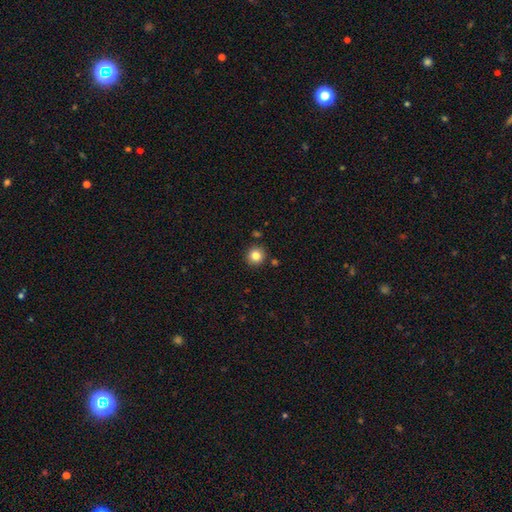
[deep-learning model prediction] This is clearly a smooth galaxy (83%). How rounded: clearly round (93%). Merging: clearly none (88%).